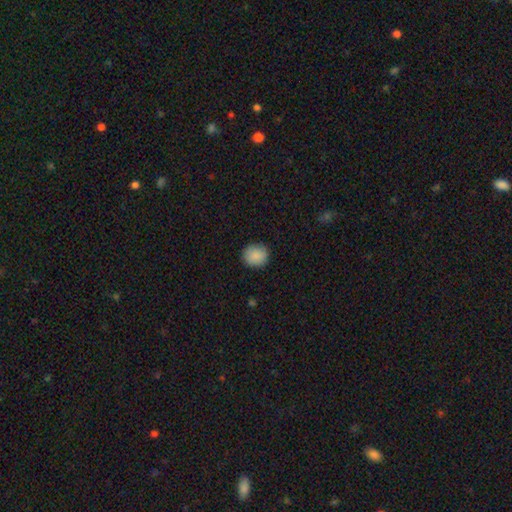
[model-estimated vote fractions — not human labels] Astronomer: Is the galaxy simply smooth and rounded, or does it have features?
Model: smooth — 89%.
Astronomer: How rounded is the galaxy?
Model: round — 84%.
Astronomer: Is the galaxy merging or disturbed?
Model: none — 88%.